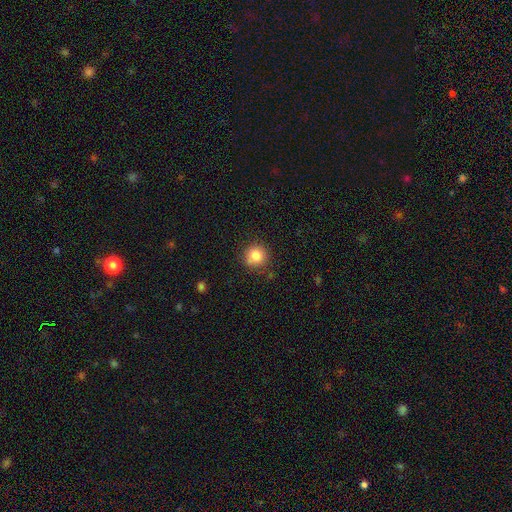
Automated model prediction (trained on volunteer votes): Smooth or featured?
  - smooth: 83% *
  - star or artifact: 11%
  - featured or disk: 7%
How rounded?
  - round: 93% *
  - in between: 6%
  - cigar-shaped: 1%
Merging?
  - none: 85% *
  - minor disturbance: 10%
  - major disturbance: 3%
  - merger: 2%